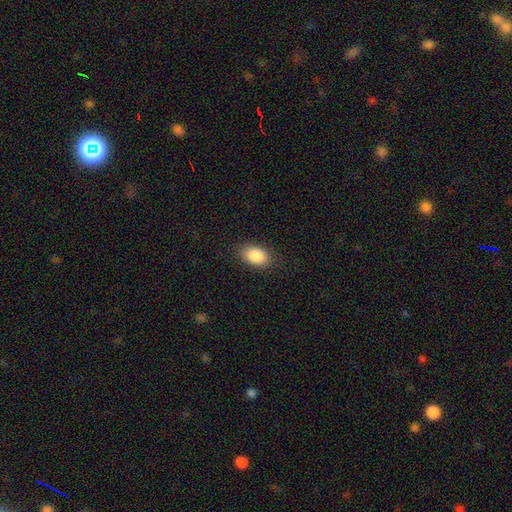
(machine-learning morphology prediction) smooth 88%, star or artifact 7%, featured or disk 5%. Down the decision tree: how rounded — in between (90%); merging — none (86%).